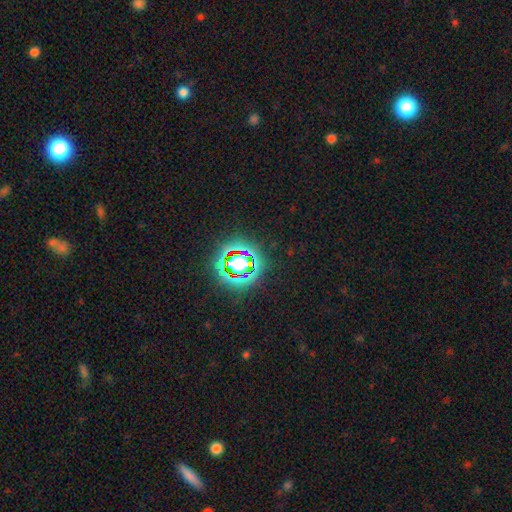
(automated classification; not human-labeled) smooth-or-featured: star or artifact: 80% | smooth: 13% | featured or disk: 7%